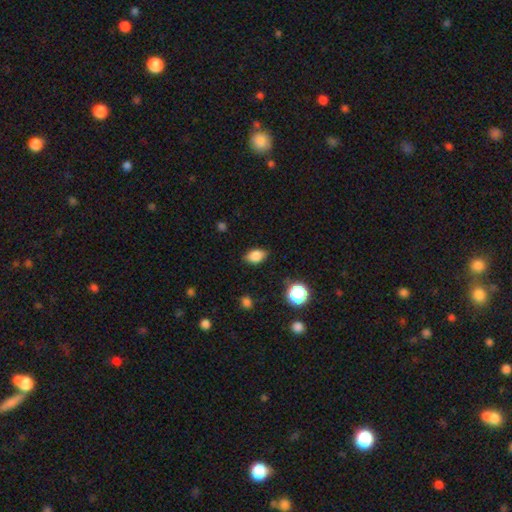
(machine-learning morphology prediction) smooth_or_featured: smooth (p=0.84) [alt: star or artifact p=0.10]
how_rounded: in between (p=0.83) [alt: round p=0.15]
merging: none (p=0.82) [alt: minor disturbance p=0.13]